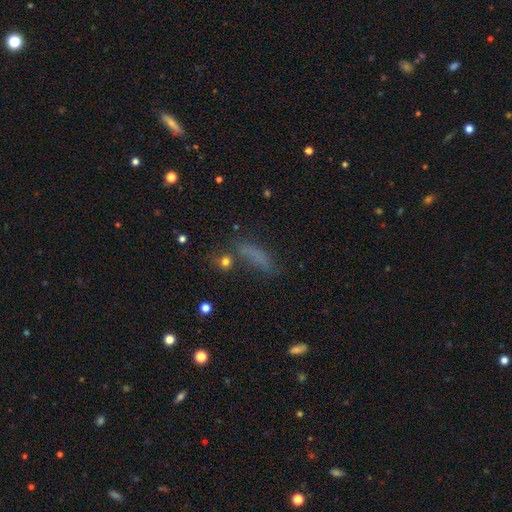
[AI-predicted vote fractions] A smooth galaxy with no disk features (66%) that is cigar-shaped (57%).

Vote fractions:
- Smooth or featured? smooth: 66% / star or artifact: 20% / featured or disk: 14%
- How rounded? cigar-shaped: 57% / in between: 37% / round: 6%
- Merging? none: 57% / minor disturbance: 21% / major disturbance: 14% / merger: 8%